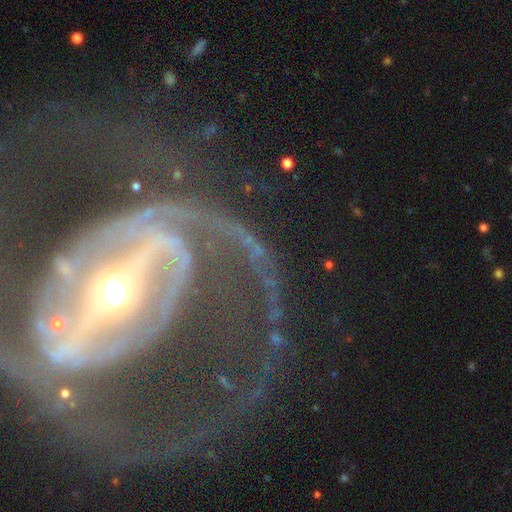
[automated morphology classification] smooth-or-featured: featured or disk: 90% | star or artifact: 6% | smooth: 4%
  disk-edge-on: no: 95% | yes: 5%
    bar: strong: 75% | weak: 16% | no: 9%
    has-spiral-arms: yes: 91% | no: 9%
      spiral-winding: medium: 44% | loose: 30% | tight: 26%
      spiral-arm-count: 2: 74% | can't tell: 8% | 1: 6% | 3: 5% | 4: 4% | more than 4: 3%
    bulge-size: moderate: 50% | small: 42% | large: 5% | dominant: 2% | none: 1%
  merging: none: 52% | major disturbance: 30% | minor disturbance: 14% | merger: 5%